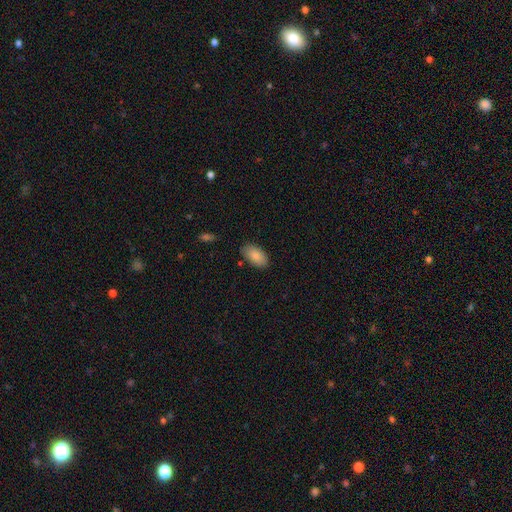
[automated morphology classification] type=smooth (86%); roundness=in between (95%); merging=none (84%).